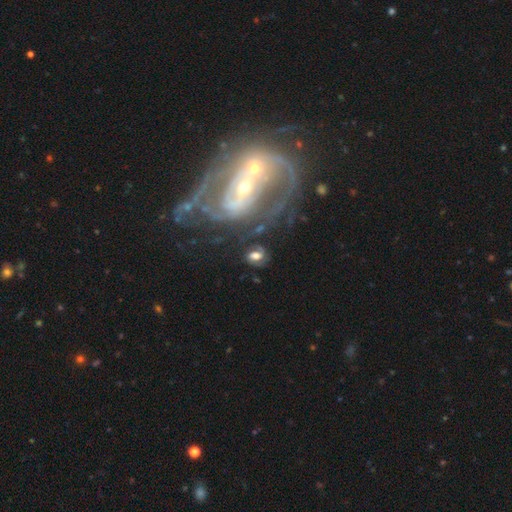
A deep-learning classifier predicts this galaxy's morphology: A smooth galaxy with no disk features (46%). Merging: none (64%).